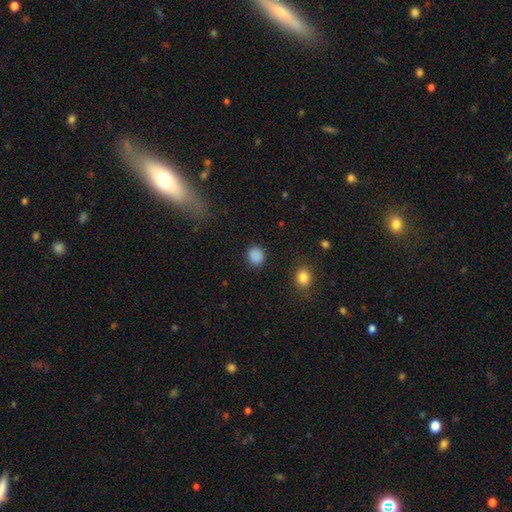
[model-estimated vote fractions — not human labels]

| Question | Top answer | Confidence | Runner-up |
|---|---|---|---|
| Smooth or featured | smooth | 87% | star or artifact (10%) |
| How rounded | round | 80% | in between (19%) |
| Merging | none | 88% | minor disturbance (8%) |